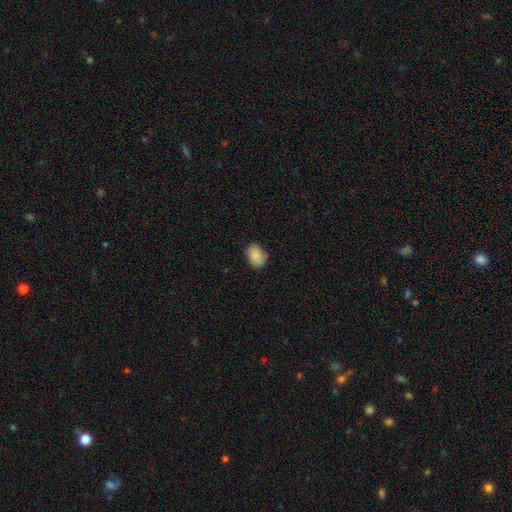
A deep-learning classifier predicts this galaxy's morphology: Overall: smooth (86%). How rounded: in between (74%). Merging: none (74%).